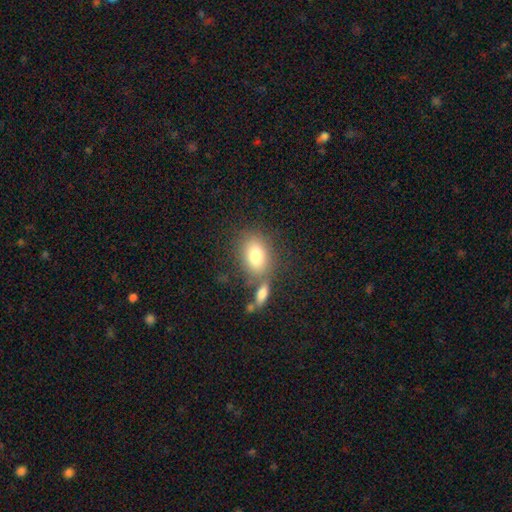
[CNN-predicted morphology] Smooth or featured? Predicted: smooth (p=0.80). How rounded? Predicted: in between (p=0.79). Merging? Predicted: none (p=0.62).